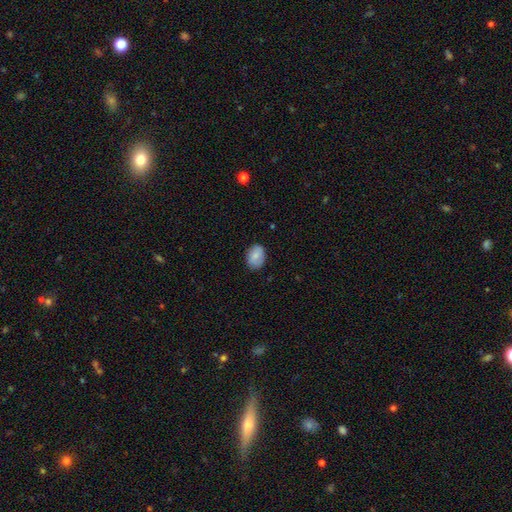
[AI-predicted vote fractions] This appears to be a smooth galaxy with no disk features (82%) that is in between round and cigar-shaped (77%). Merging: none (82%).